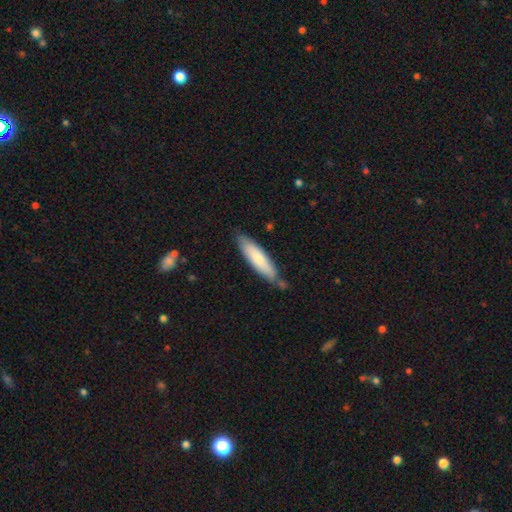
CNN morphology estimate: This is likely a smooth galaxy (71%). How rounded: likely cigar-shaped (74%). Merging: likely none (76%).